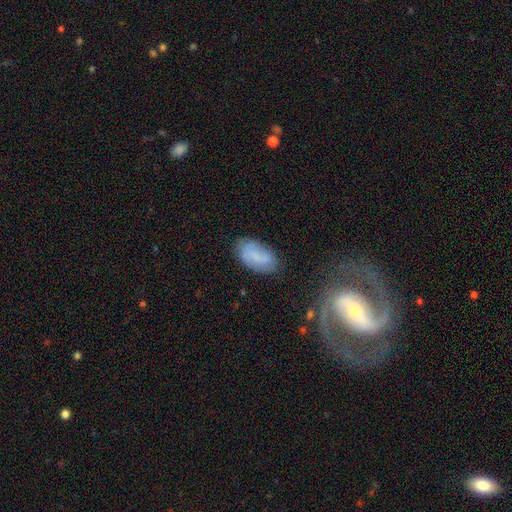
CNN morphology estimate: smooth_or_featured: smooth (p=0.63) [alt: featured or disk p=0.29]
how_rounded: in between (p=0.94) [alt: round p=0.04]
merging: none (p=0.74) [alt: minor disturbance p=0.18]